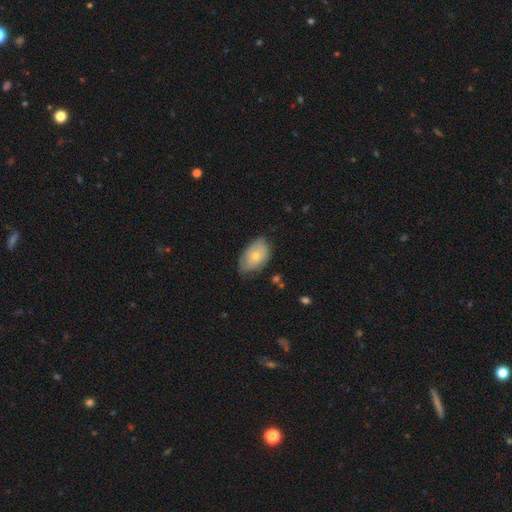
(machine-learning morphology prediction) A smooth galaxy with no disk features (59%) that is in between round and cigar-shaped (89%). Merging: none (63%).